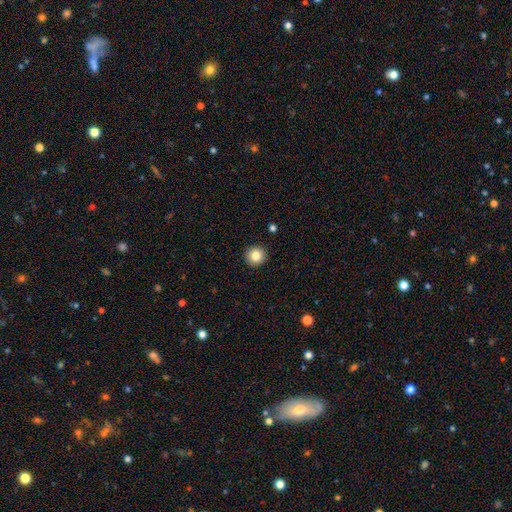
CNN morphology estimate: Smooth or featured: smooth — 84% (star or artifact — 10%)
How rounded: round — 95% (in between — 5%)
Merging: none — 93% (minor disturbance — 5%)